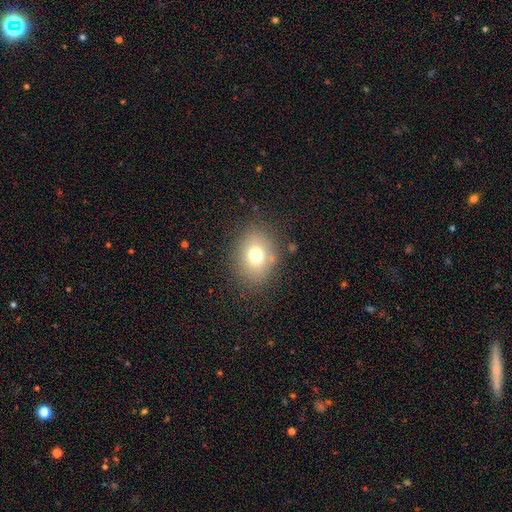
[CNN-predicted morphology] This is likely a smooth galaxy (73%). How rounded: possibly round (50%). Merging: clearly none (83%).